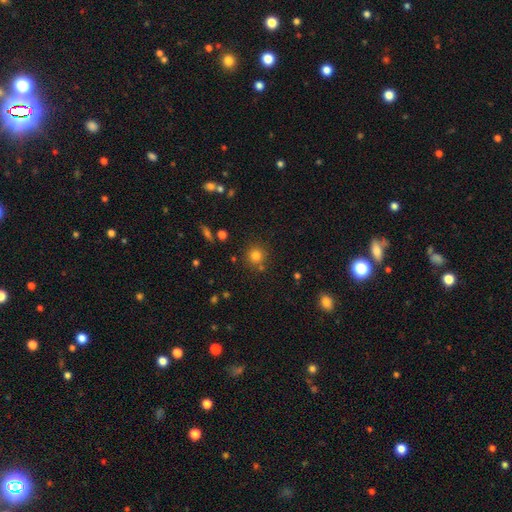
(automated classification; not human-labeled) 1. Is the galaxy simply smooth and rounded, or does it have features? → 80% smooth, 14% star or artifact, 6% featured or disk.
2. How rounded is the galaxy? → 92% round, 7% in between, 1% cigar-shaped.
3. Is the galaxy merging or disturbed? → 79% none, 9% minor disturbance, 8% merger, 3% major disturbance.